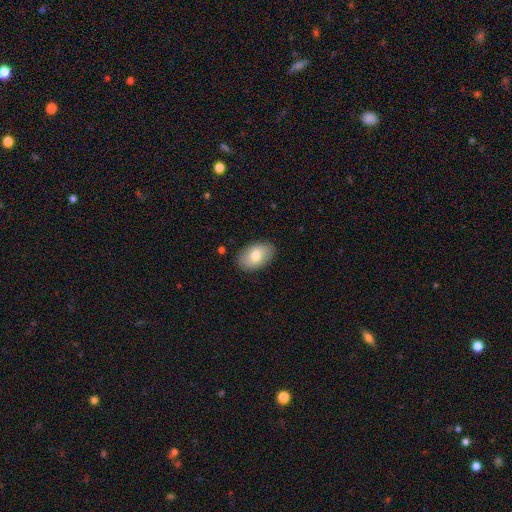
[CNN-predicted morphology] This appears to be a smooth galaxy with no disk features (75%) that is in between round and cigar-shaped (91%). Merging: none (87%).